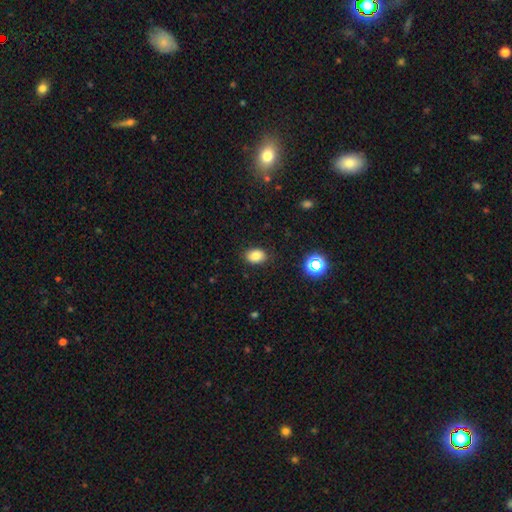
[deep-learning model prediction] This is clearly a smooth galaxy (82%). How rounded: likely in between (74%). Merging: clearly none (86%).